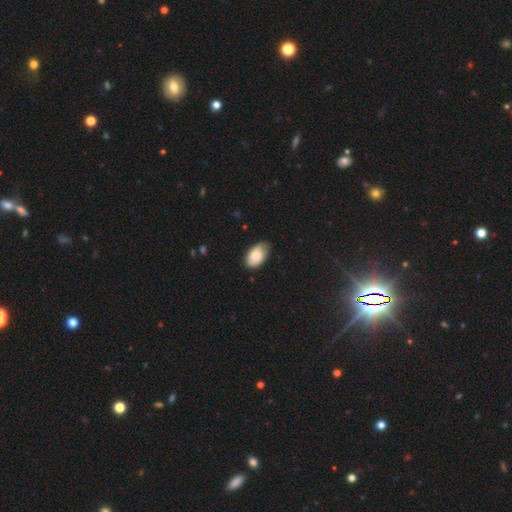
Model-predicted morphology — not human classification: This appears to be a smooth galaxy with no disk features (86%) that is in between round and cigar-shaped (94%). Merging: none (70%).